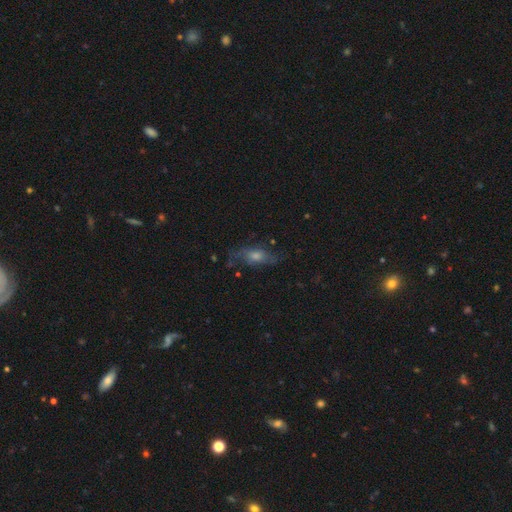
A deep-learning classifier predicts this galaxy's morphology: Overall: featured or disk (46%; smooth 41%). Merging: none (61%; minor disturbance 23%).